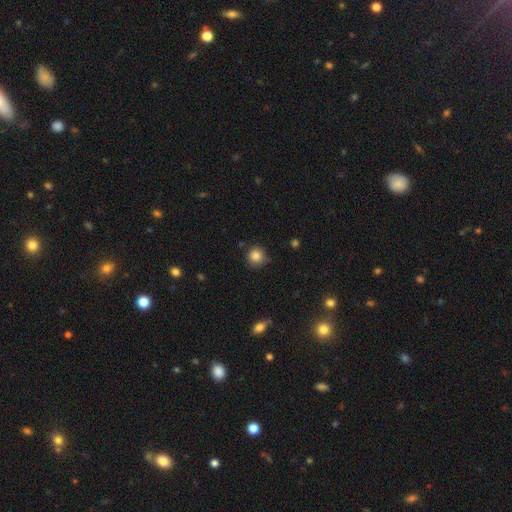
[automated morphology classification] The model was most divided on "merging": none: 83%, minor disturbance: 12%, major disturbance: 3%, merger: 2%. More confident: how rounded — round (93%); smooth or featured — smooth (85%).